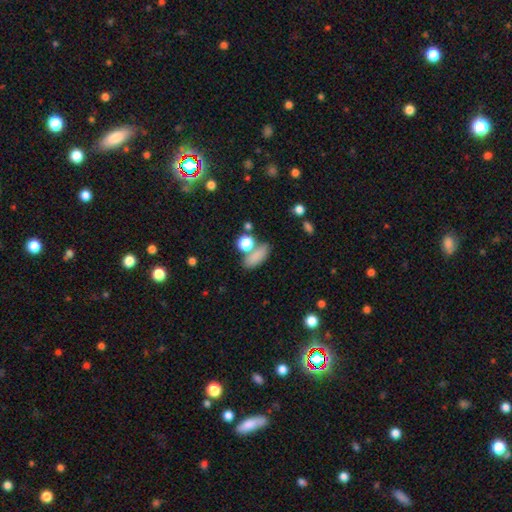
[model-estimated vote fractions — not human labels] Smooth or featured? smooth (81%)
How rounded? in between (71%)
Merging? none (61%)